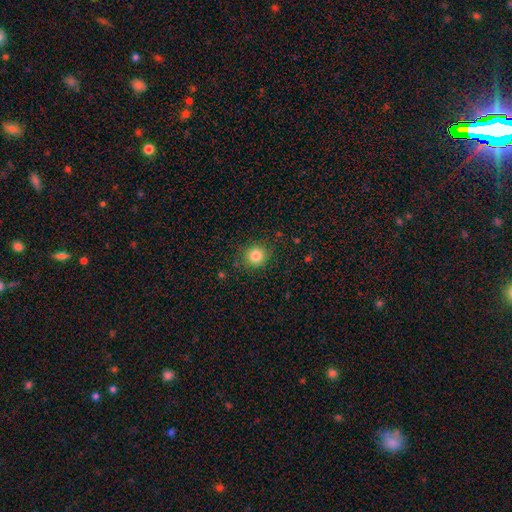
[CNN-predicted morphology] This is clearly a smooth galaxy (84%). How rounded: clearly round (88%). Merging: clearly none (86%).